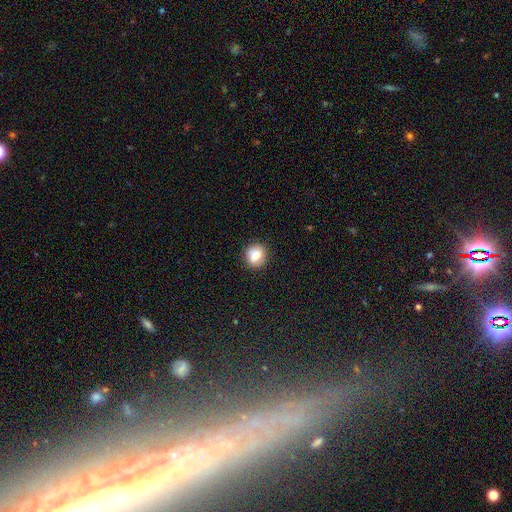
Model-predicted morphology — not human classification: A smooth galaxy with no disk features (80%) that is round (80%). Merging: none (87%).